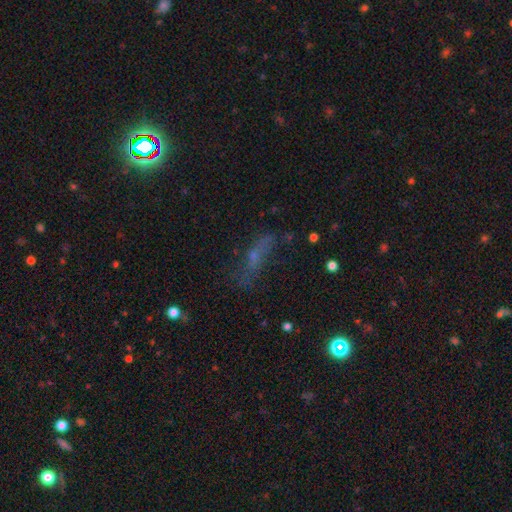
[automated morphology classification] Smooth or featured: smooth — 37% (tied with featured or disk — 37%)
Merging: none — 54% (minor disturbance — 22%)